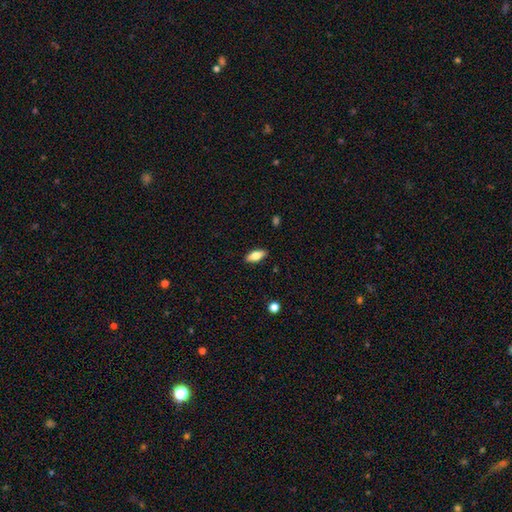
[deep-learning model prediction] The model was most divided on "smooth or featured": smooth: 73%, featured or disk: 21%, star or artifact: 7%. More confident: merging — none (89%); how rounded — in between (81%).